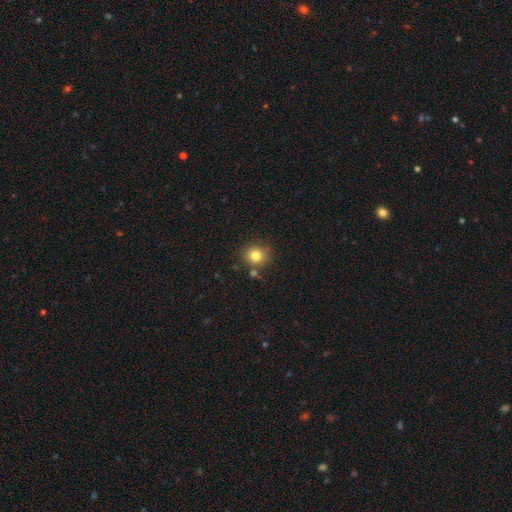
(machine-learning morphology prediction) This appears to be a smooth galaxy with no disk features (80%) that is round (88%). Merging: none (77%).